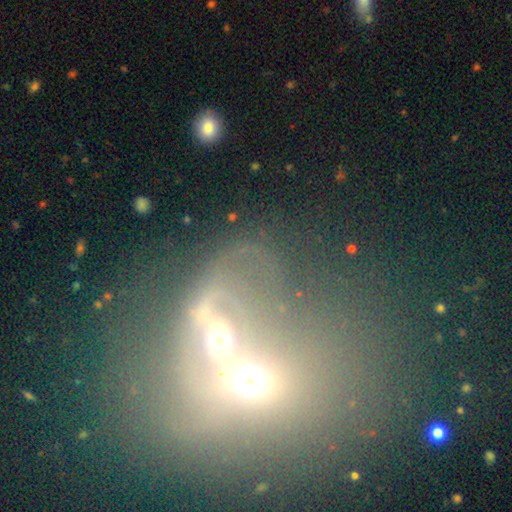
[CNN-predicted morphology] A featured or disk galaxy (48%). Merging: merger (68%).